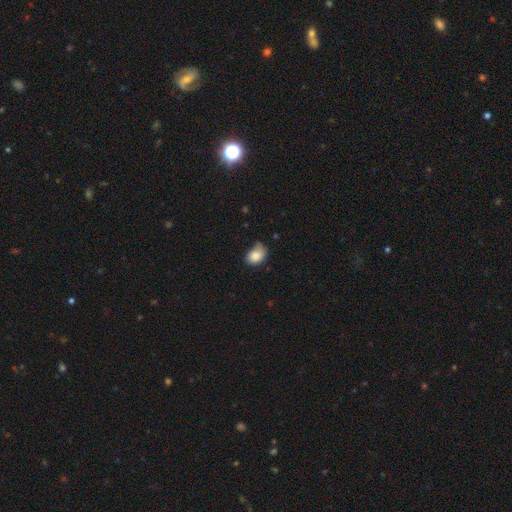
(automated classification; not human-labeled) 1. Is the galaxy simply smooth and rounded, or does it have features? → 84% smooth, 8% star or artifact, 8% featured or disk.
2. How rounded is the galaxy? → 70% in between, 29% round, 1% cigar-shaped.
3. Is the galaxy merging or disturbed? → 43% none, 41% minor disturbance, 12% major disturbance, 3% merger.